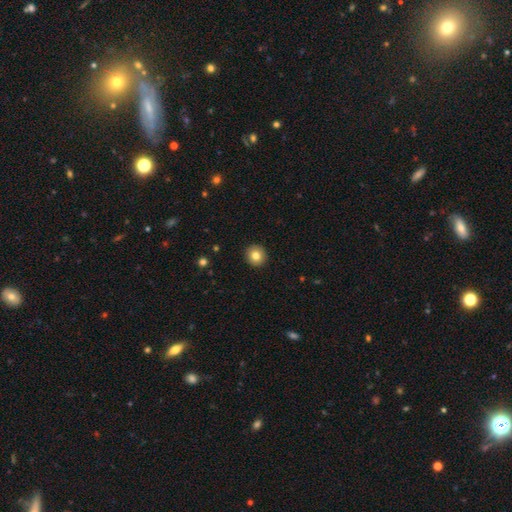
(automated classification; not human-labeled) The model was most divided on "smooth or featured": smooth: 81%, featured or disk: 9%, star or artifact: 9%. More confident: how rounded — round (93%); merging — none (93%).